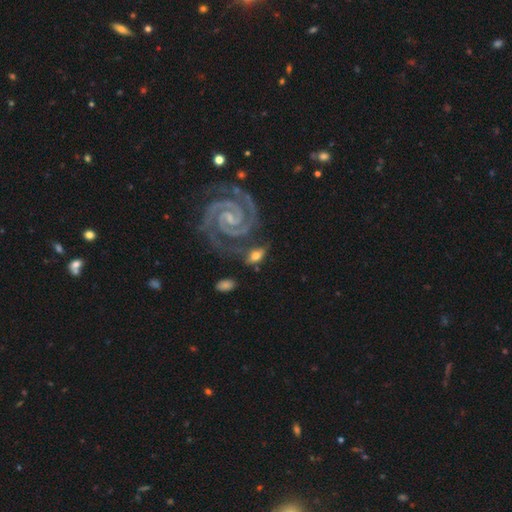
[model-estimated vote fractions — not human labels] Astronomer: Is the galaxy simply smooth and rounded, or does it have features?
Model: featured or disk — 66%.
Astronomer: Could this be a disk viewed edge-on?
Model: no — 92%.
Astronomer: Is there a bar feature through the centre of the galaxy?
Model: no — 48% (runner-up: weak, 33%).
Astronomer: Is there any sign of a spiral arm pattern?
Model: yes — 92%.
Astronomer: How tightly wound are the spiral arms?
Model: tight — 66%.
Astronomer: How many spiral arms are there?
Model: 2 — 85%.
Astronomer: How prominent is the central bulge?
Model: small — 47% (runner-up: moderate, 33%).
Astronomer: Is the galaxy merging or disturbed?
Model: none — 62%.